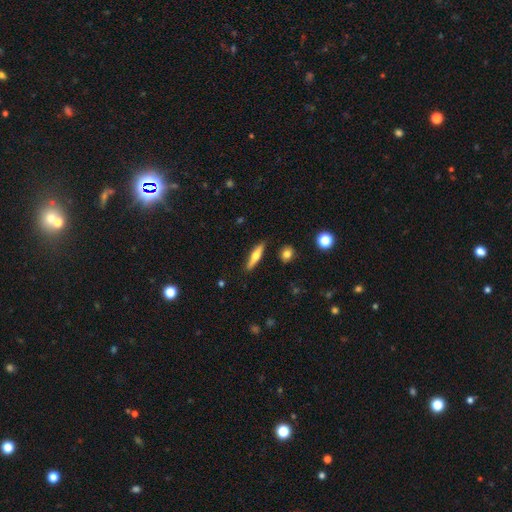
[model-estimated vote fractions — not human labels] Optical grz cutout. It shows a featured or disk galaxy (49%). Merging: none (87%).